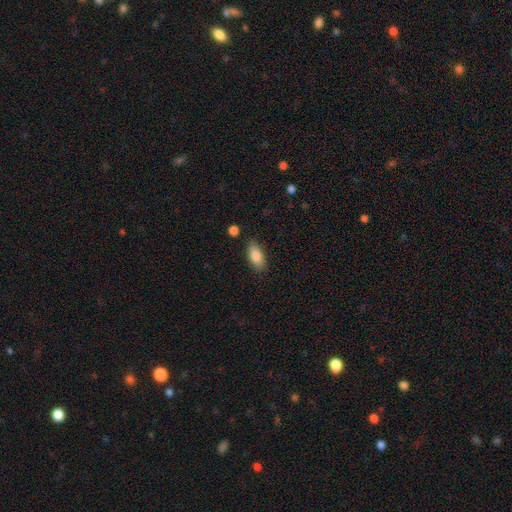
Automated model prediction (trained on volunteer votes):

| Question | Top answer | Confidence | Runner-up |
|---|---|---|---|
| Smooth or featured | smooth | 84% | featured or disk (9%) |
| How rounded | in between | 89% | cigar-shaped (9%) |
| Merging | none | 84% | minor disturbance (12%) |